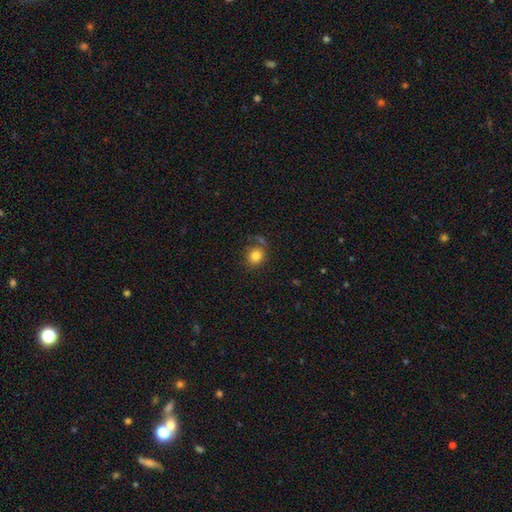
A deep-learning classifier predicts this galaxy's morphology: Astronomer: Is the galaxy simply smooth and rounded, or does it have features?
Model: smooth — 81%.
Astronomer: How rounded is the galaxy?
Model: round — 85%.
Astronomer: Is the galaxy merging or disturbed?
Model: none — 71%.